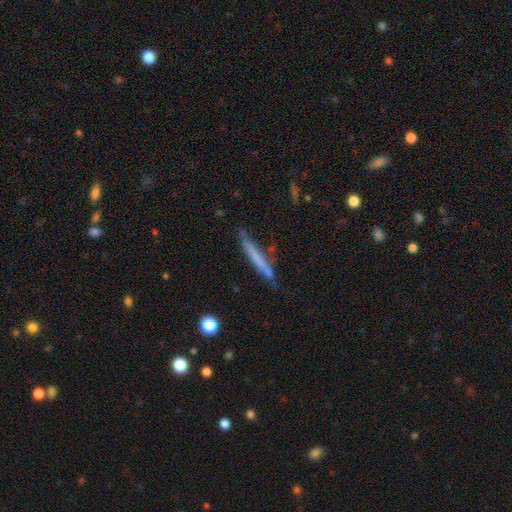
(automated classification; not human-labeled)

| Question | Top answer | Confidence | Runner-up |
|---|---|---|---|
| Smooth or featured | smooth | 54% | featured or disk (38%) |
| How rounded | cigar-shaped | 96% | in between (3%) |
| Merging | none | 79% | minor disturbance (15%) |